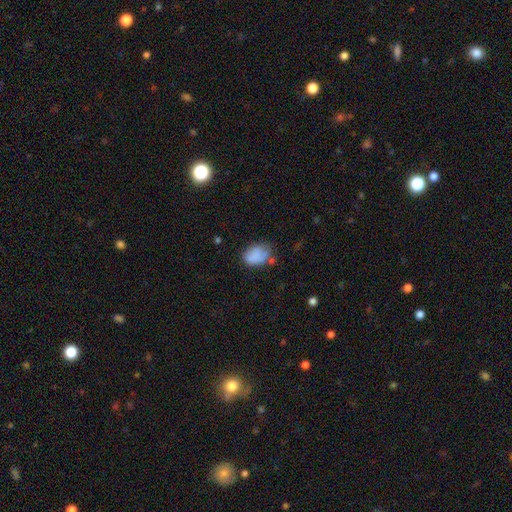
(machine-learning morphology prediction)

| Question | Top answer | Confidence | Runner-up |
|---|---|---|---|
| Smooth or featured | smooth | 80% | featured or disk (11%) |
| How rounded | in between | 77% | round (22%) |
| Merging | none | 54% | minor disturbance (31%) |